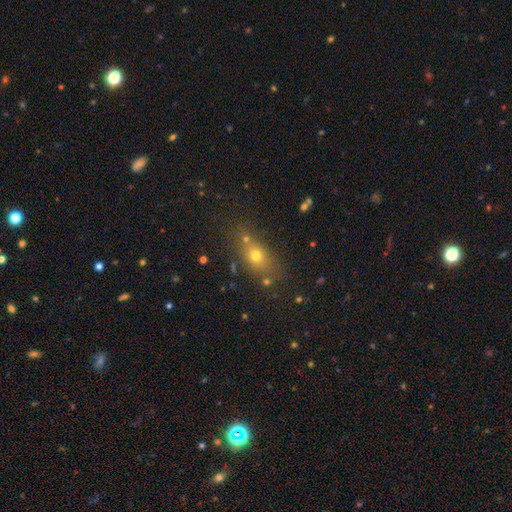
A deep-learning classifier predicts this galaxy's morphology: The model was most divided on "how rounded": in between: 62%, round: 28%, cigar-shaped: 11%. More confident: merging — none (70%); smooth or featured — smooth (64%).